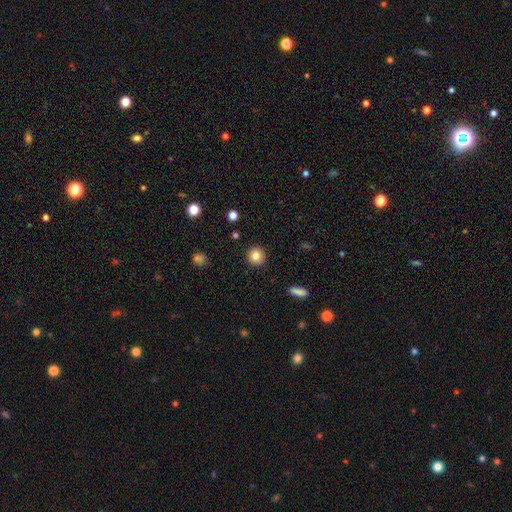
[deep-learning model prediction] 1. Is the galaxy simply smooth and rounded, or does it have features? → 82% smooth, 10% star or artifact, 8% featured or disk.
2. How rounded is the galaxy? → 93% round, 6% in between, 1% cigar-shaped.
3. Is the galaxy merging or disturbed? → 92% none, 5% minor disturbance, 2% major disturbance, 1% merger.